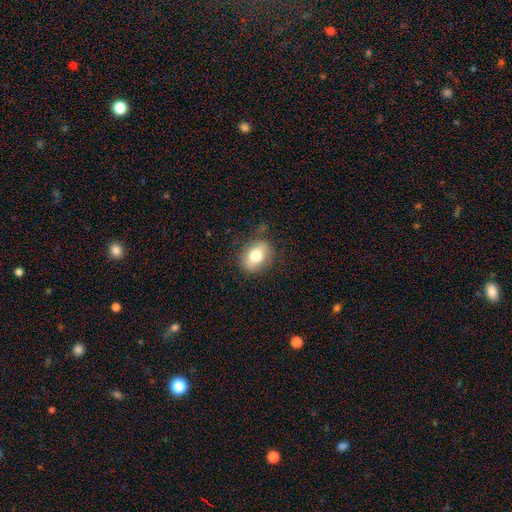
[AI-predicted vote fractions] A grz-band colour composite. It shows a smooth galaxy with no disk features (73%) that is in between round and cigar-shaped (65%). Merging: none (78%).